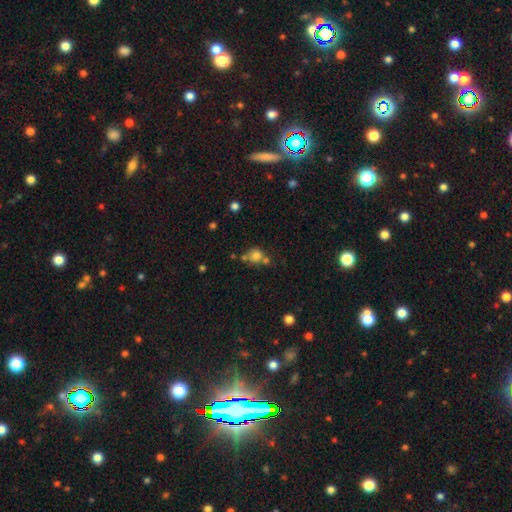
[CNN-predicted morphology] This is likely a smooth galaxy (77%). How rounded: clearly round (83%). Merging: possibly none (50%).